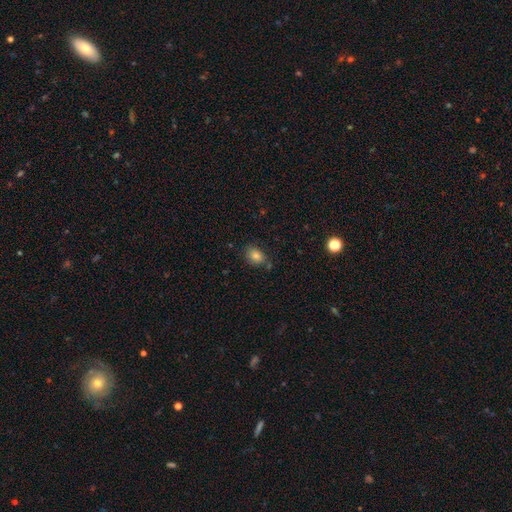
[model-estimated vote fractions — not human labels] smooth_or_featured: smooth (p=0.81) [alt: star or artifact p=0.12]
how_rounded: in between (p=0.56) [alt: round p=0.43]
merging: none (p=0.75) [alt: minor disturbance p=0.15]